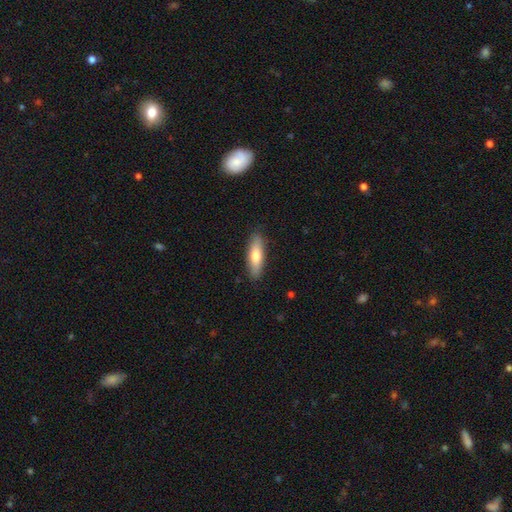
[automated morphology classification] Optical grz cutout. It shows a smooth galaxy with no disk features (72%) that is cigar-shaped (52%). Merging: none (86%).